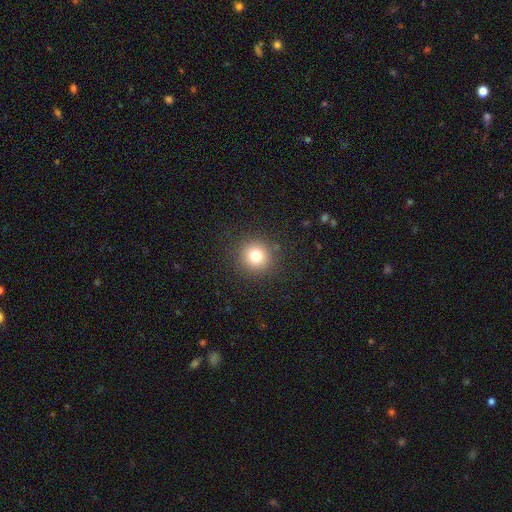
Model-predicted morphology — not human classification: smooth_or_featured: smooth (p=0.78) [alt: star or artifact p=0.13]
how_rounded: round (p=0.94) [alt: in between p=0.05]
merging: none (p=0.90) [alt: minor disturbance p=0.06]